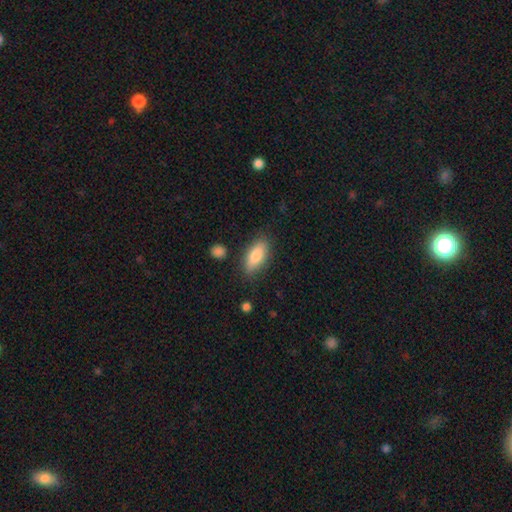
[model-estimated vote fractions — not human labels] Smooth or featured? smooth (81%)
How rounded? in between (82%)
Merging? none (82%)